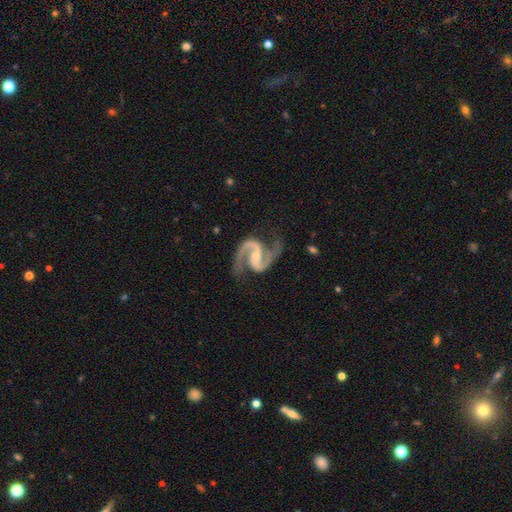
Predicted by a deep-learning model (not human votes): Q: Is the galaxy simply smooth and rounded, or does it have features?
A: featured or disk — 94%.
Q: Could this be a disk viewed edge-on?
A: no — 98%.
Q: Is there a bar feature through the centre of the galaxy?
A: weak — 42%.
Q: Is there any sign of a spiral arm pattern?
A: yes — 99%.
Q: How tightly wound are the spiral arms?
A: medium — 66%.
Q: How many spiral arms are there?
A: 2 — 95%.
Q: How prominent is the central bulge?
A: small — 57%.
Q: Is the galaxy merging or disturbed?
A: none — 75%.